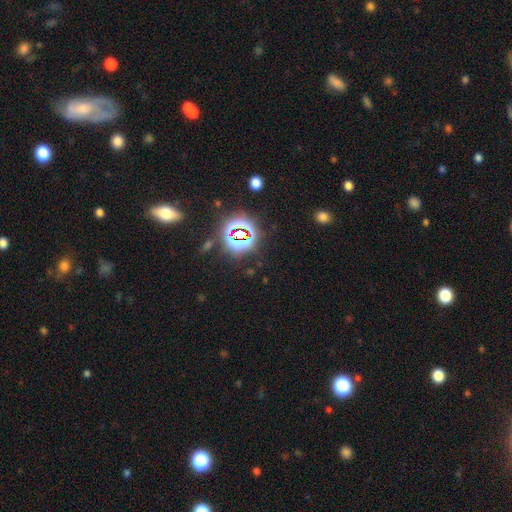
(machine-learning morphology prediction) The model was most divided on "smooth or featured": star or artifact: 77%, smooth: 14%, featured or disk: 9%.